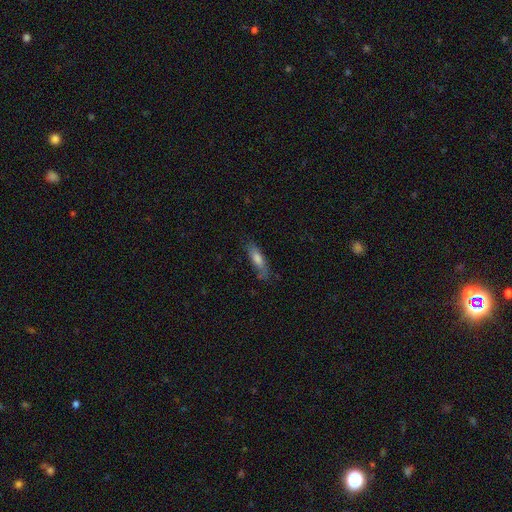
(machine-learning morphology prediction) Smooth or featured?
  - smooth: 56% *
  - featured or disk: 33%
  - star or artifact: 11%
How rounded?
  - cigar-shaped: 67% *
  - in between: 30%
  - round: 3%
Merging?
  - none: 74% *
  - minor disturbance: 19%
  - major disturbance: 5%
  - merger: 2%